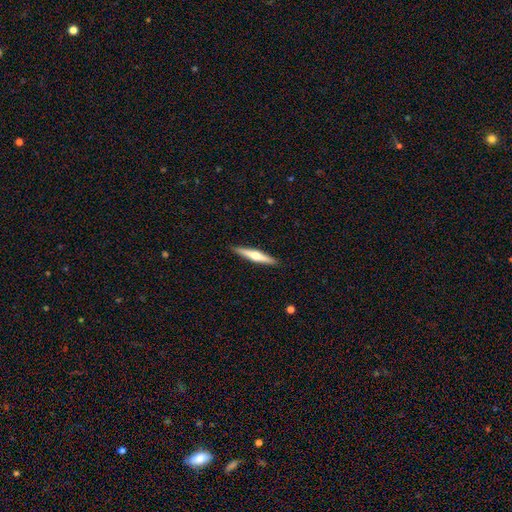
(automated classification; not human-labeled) featured or disk 61%, smooth 35%, star or artifact 5%. Down the decision tree: edge-on disk — yes (97%); edge-on bulge — rounded (91%); merging — none (91%).